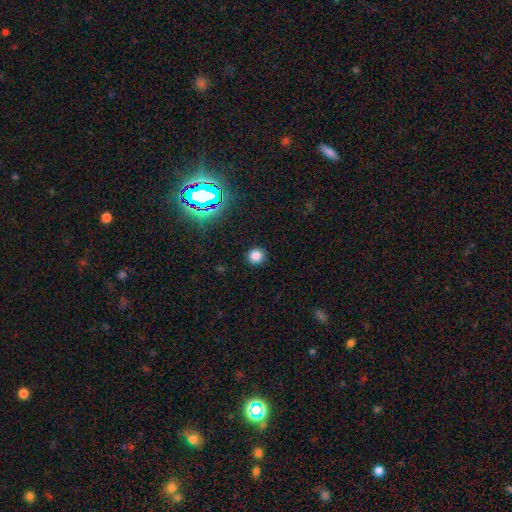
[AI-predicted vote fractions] smooth 80%, star or artifact 16%, featured or disk 4%. Down the decision tree: how rounded — round (91%); merging — none (91%).